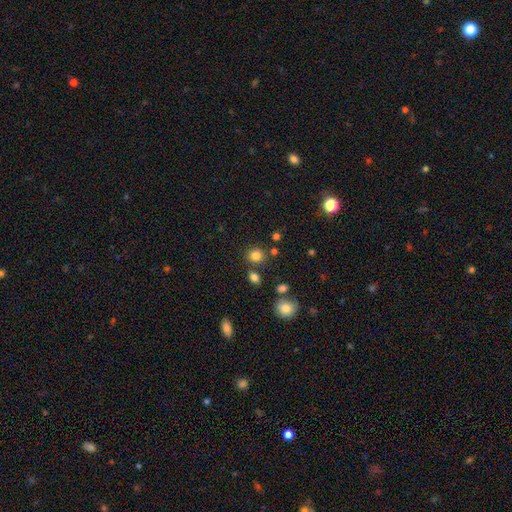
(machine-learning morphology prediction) Smooth or featured? smooth (82%)
How rounded? round (79%)
Merging? none (79%)